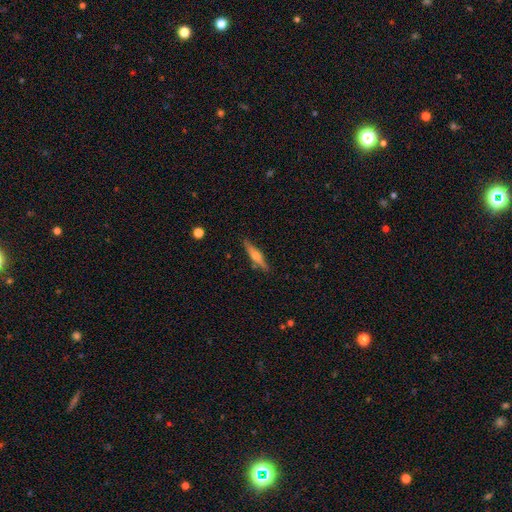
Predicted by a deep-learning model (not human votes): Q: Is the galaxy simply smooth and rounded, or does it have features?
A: featured or disk — 54%.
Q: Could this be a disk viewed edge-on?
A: yes — 95%.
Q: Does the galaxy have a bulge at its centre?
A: rounded — 82%.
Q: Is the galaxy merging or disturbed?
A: none — 85%.